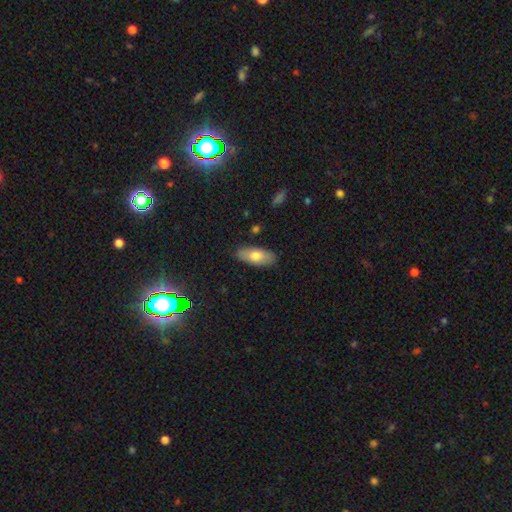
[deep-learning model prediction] Morphology: type=smooth (72%); roundness=in between (82%); merging=none (86%).